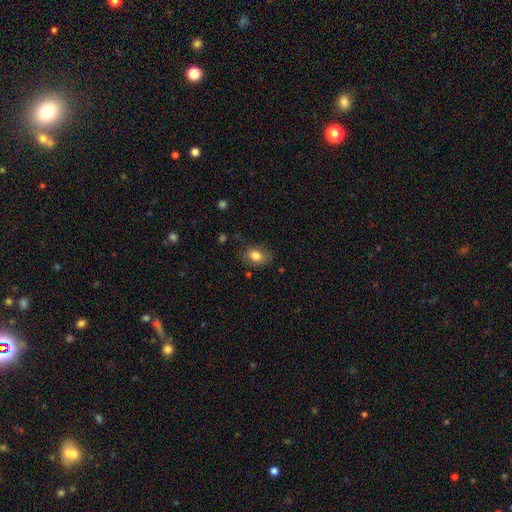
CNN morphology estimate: Smooth or featured? Predicted: smooth (p=0.80). How rounded? Predicted: in between (p=0.72). Merging? Predicted: none (p=0.71).